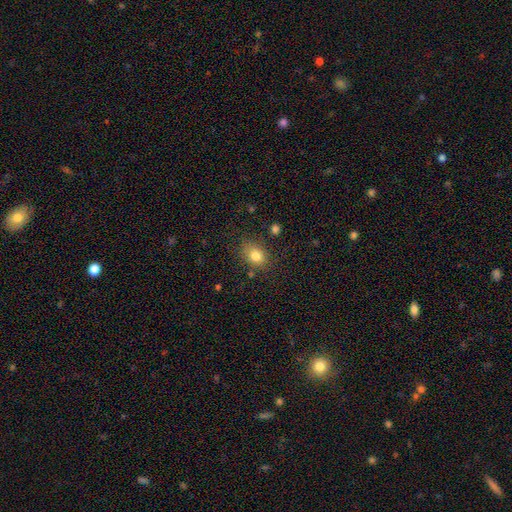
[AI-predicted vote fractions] Q: Smooth or featured?
A: smooth (82%); runner-up: star or artifact (10%)
Q: How rounded?
A: in between (65%); runner-up: round (34%)
Q: Merging?
A: none (75%); runner-up: minor disturbance (16%)